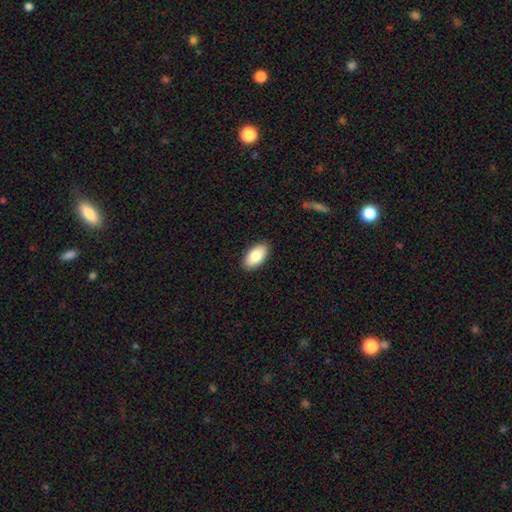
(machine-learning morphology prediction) A smooth galaxy with no disk features (85%) that is in between round and cigar-shaped (95%).

Vote fractions:
- Smooth or featured? smooth: 85% / featured or disk: 9% / star or artifact: 6%
- How rounded? in between: 95% / round: 3% / cigar-shaped: 2%
- Merging? none: 90% / minor disturbance: 7% / major disturbance: 2% / merger: 1%